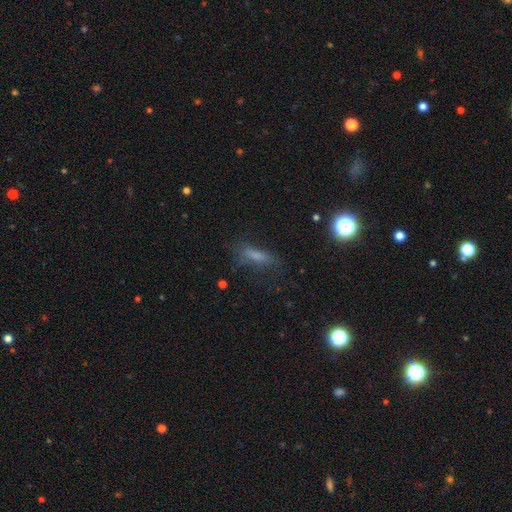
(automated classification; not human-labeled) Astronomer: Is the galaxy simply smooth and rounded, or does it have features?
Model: smooth — 62%.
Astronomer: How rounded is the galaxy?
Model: cigar-shaped — 57% (runner-up: in between, 39%).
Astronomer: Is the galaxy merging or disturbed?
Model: none — 61%.